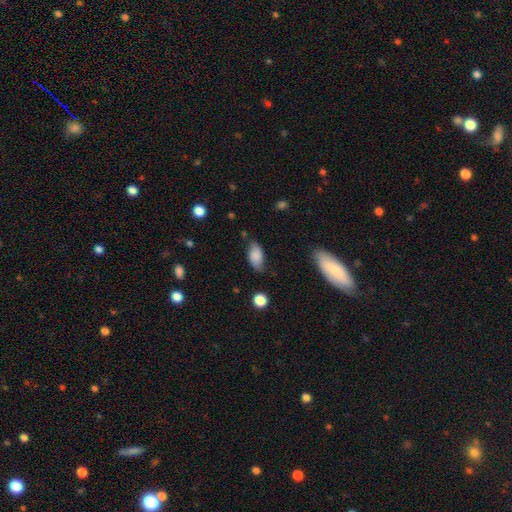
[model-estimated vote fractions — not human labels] A smooth galaxy with no disk features (80%) that is in between round and cigar-shaped (92%). Merging: none (68%).